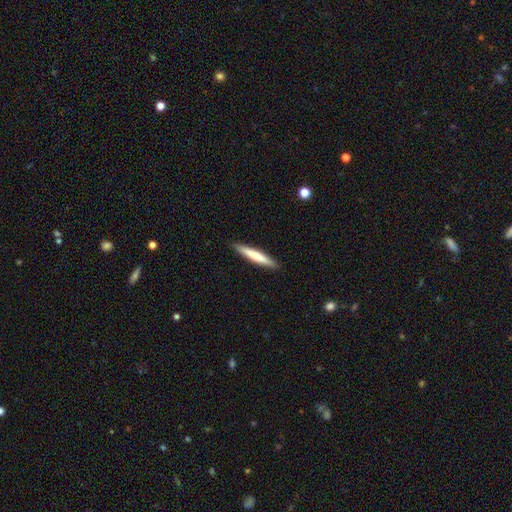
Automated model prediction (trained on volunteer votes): smooth 65%, featured or disk 30%, star or artifact 5%. Down the decision tree: how rounded — cigar-shaped (94%); merging — none (91%).